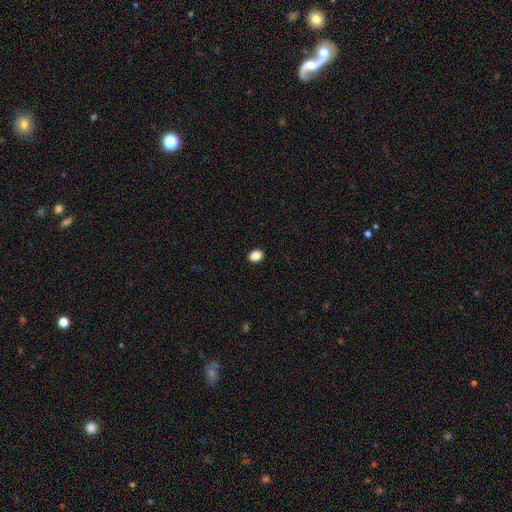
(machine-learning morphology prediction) Smooth or featured: smooth — 88% (star or artifact — 9%)
How rounded: in between — 65% (round — 34%)
Merging: none — 91% (minor disturbance — 6%)